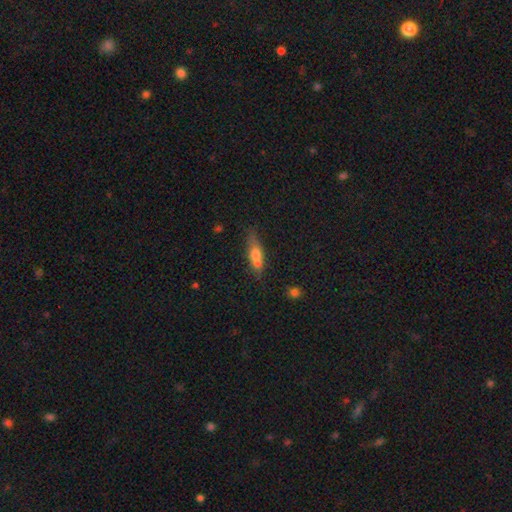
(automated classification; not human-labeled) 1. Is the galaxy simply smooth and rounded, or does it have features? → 60% smooth, 32% featured or disk, 9% star or artifact.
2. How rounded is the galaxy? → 50% in between, 44% cigar-shaped, 6% round.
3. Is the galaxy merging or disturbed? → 45% none, 31% merger, 17% minor disturbance, 7% major disturbance.